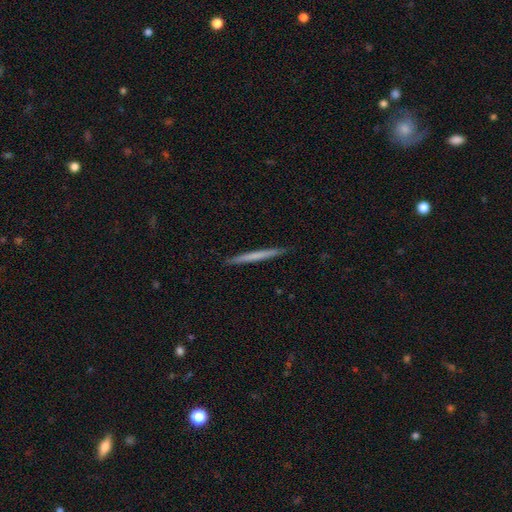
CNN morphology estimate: Smooth or featured: smooth — 54% (featured or disk — 41%)
How rounded: cigar-shaped — 97% (in between — 1%)
Merging: none — 92% (minor disturbance — 6%)